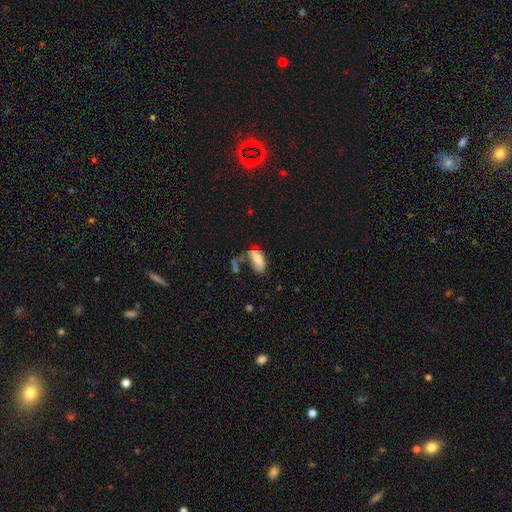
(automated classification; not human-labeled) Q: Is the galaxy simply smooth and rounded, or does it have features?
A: smooth — 64%.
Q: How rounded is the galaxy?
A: in between — 86%.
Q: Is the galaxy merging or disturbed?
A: none — 36%.